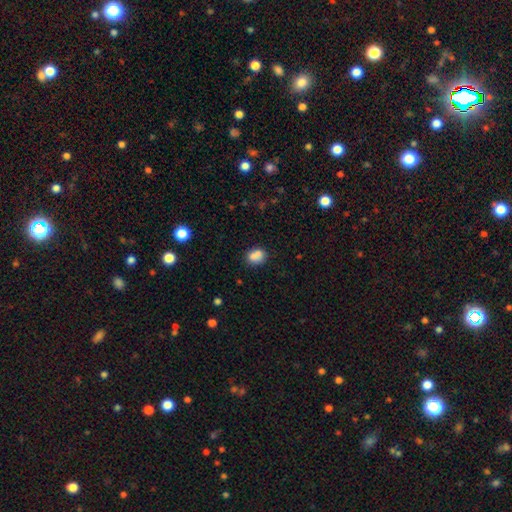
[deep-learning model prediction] Smooth or featured? Predicted: smooth (p=0.77). How rounded? Predicted: round (p=0.55). Merging? Predicted: none (p=0.44).